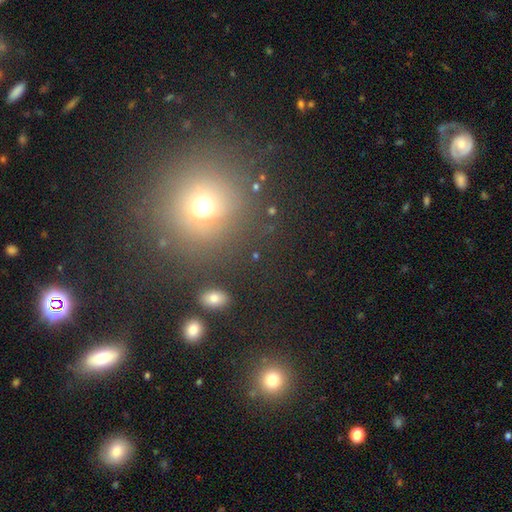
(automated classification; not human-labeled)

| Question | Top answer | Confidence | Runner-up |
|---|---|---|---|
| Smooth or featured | smooth | 52% | star or artifact (36%) |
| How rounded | round | 91% | in between (8%) |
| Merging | none | 83% | minor disturbance (8%) |